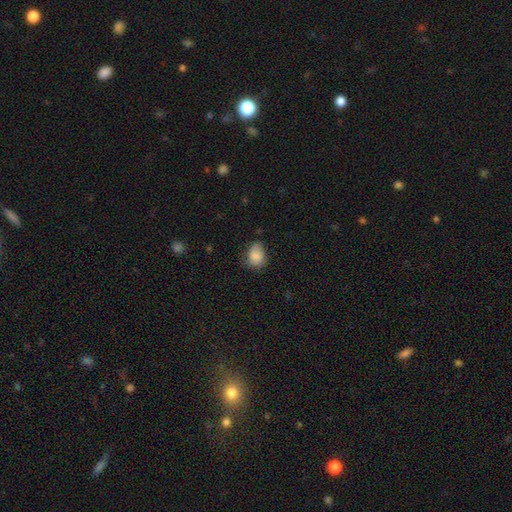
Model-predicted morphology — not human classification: Smooth or featured? smooth (83%)
How rounded? in between (63%)
Merging? none (54%)